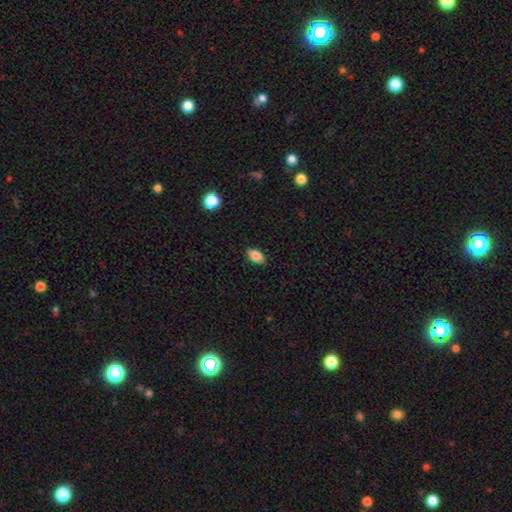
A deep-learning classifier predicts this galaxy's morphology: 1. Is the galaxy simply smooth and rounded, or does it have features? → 86% smooth, 8% star or artifact, 6% featured or disk.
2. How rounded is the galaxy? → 90% in between, 6% round, 3% cigar-shaped.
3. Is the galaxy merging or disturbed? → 87% none, 9% minor disturbance, 2% major disturbance, 1% merger.